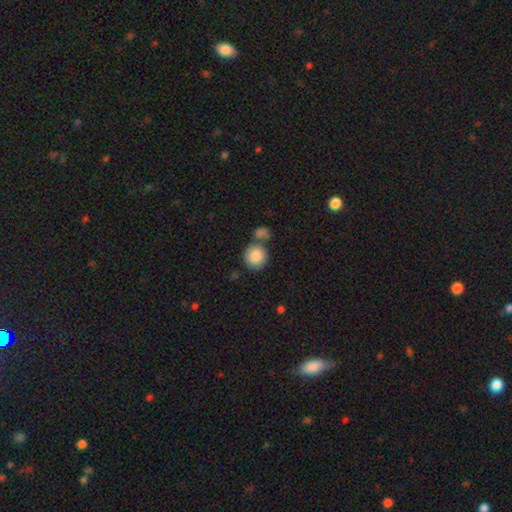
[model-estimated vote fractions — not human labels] Q: Smooth or featured?
A: smooth (87%); runner-up: star or artifact (7%)
Q: How rounded?
A: round (88%); runner-up: in between (11%)
Q: Merging?
A: none (58%); runner-up: merger (27%)